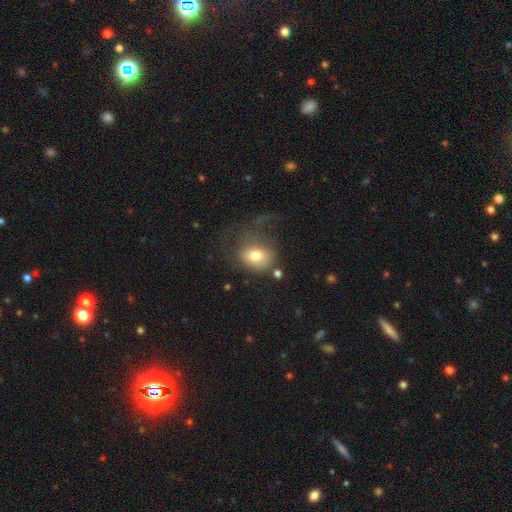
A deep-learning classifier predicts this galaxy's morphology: Smooth or featured: smooth — 73% (featured or disk — 18%)
How rounded: round — 50% (in between — 49%)
Merging: major disturbance — 43% (none — 30%)